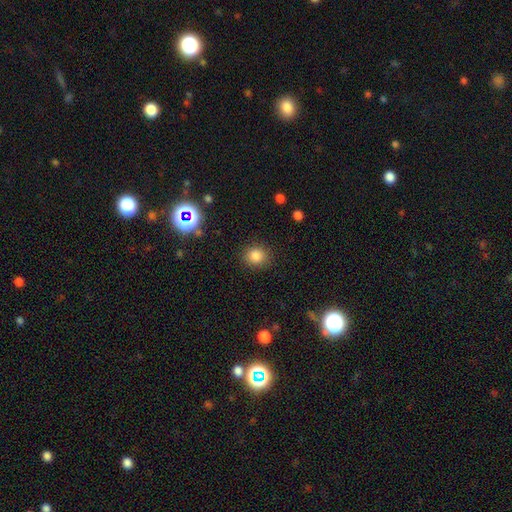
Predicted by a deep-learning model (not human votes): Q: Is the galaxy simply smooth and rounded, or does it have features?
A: smooth — 83%.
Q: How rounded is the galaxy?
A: round — 79%.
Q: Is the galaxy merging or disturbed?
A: none — 88%.